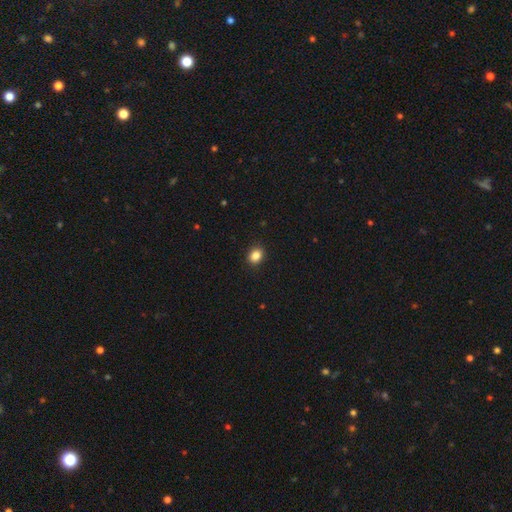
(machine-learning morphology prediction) type=smooth (86%); roundness=round (51%); merging=none (91%).